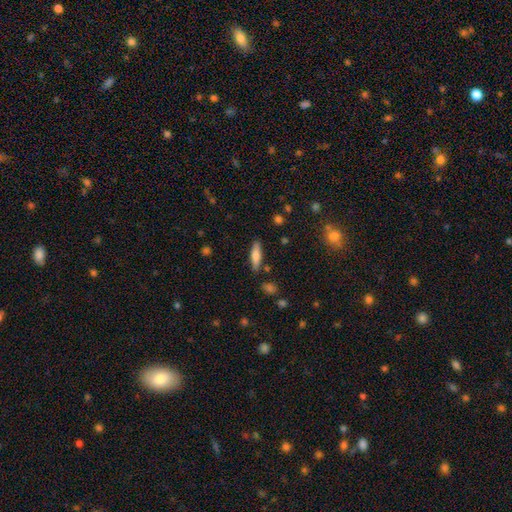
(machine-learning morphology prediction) The model was most divided on "how rounded": cigar-shaped: 68%, in between: 30%, round: 2%. More confident: merging — none (85%); smooth or featured — smooth (67%).